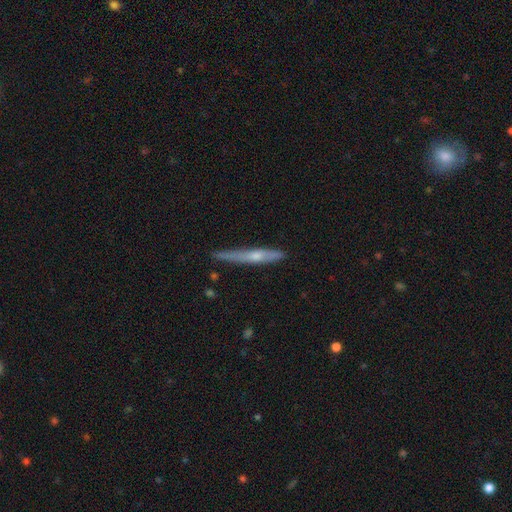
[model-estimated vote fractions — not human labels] smooth_or_featured: featured or disk (p=0.58) [alt: smooth p=0.35]
disk_edge_on: yes (p=0.95) [alt: no p=0.05]
edge_on_bulge: rounded (p=0.70) [alt: none p=0.26]
merging: none (p=0.81) [alt: minor disturbance p=0.15]